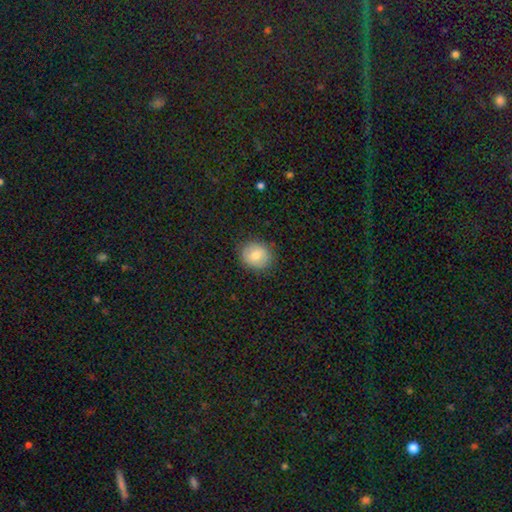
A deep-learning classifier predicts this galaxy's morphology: smooth 77%, featured or disk 13%, star or artifact 10%. Down the decision tree: how rounded — round (80%); merging — none (87%).